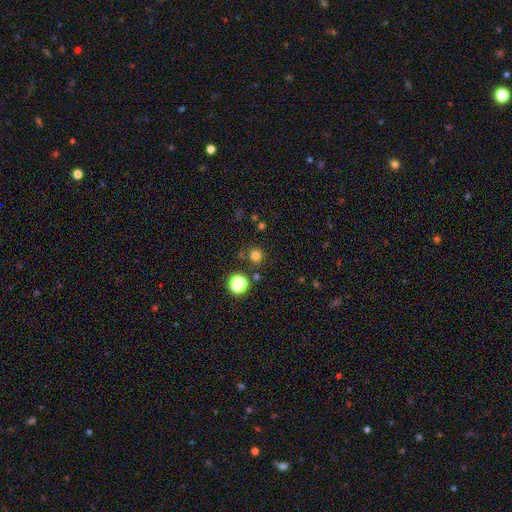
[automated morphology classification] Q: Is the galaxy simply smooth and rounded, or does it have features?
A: smooth — 76%.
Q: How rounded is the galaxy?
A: round — 93%.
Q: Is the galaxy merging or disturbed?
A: none — 83%.